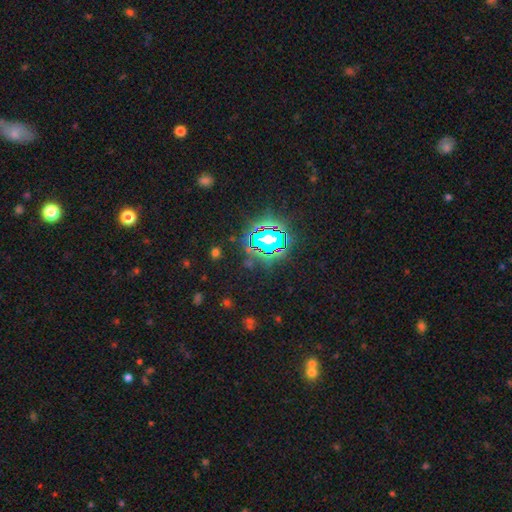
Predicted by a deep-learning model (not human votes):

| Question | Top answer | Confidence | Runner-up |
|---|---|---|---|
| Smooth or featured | star or artifact | 80% | smooth (12%) |